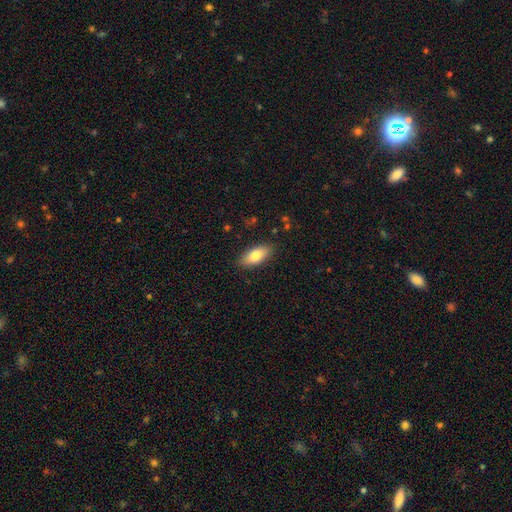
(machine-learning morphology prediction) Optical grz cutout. It shows a smooth galaxy with no disk features (80%) that is in between round and cigar-shaped (86%). Merging: none (87%).